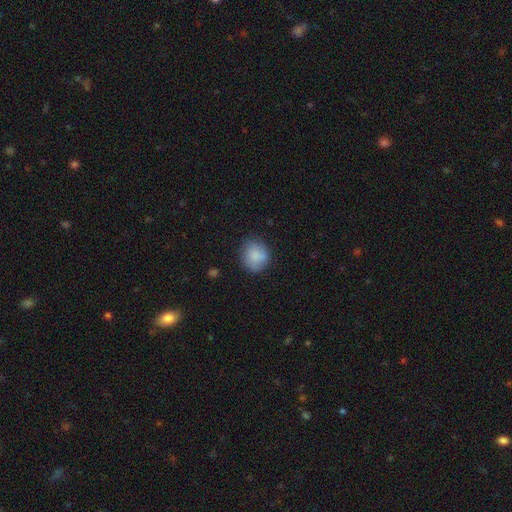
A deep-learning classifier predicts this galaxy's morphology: smooth 84%, featured or disk 8%, star or artifact 8%. Down the decision tree: how rounded — round (81%); merging — none (74%).